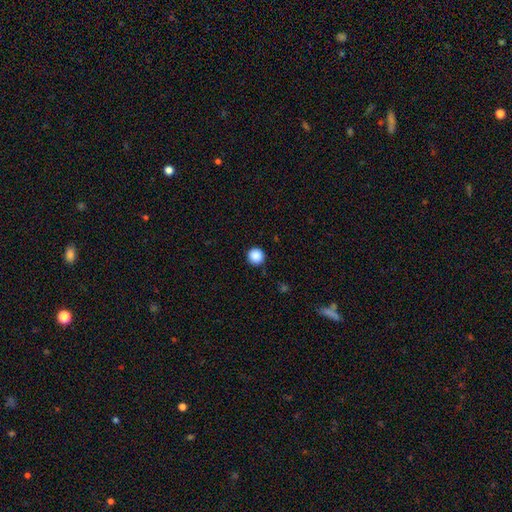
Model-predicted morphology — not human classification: A smooth galaxy with no disk features (88%) that is round (95%). Merging: none (91%).